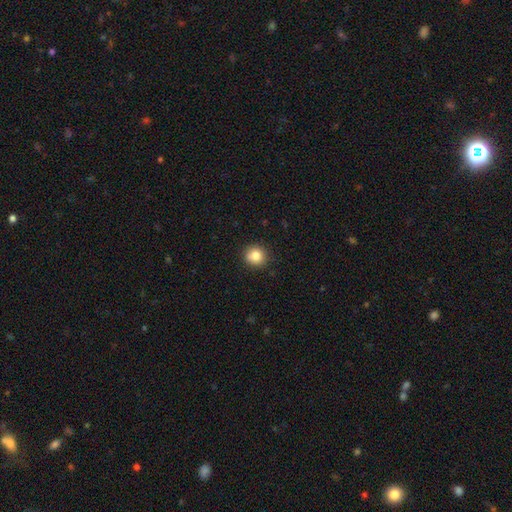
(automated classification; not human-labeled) Overall: smooth (83%). How rounded: round (90%). Merging: none (88%).